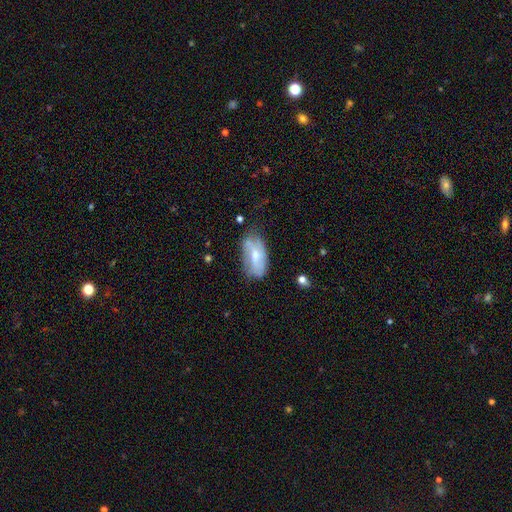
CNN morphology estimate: Smooth or featured? featured or disk (47%)
Merging? none (51%)